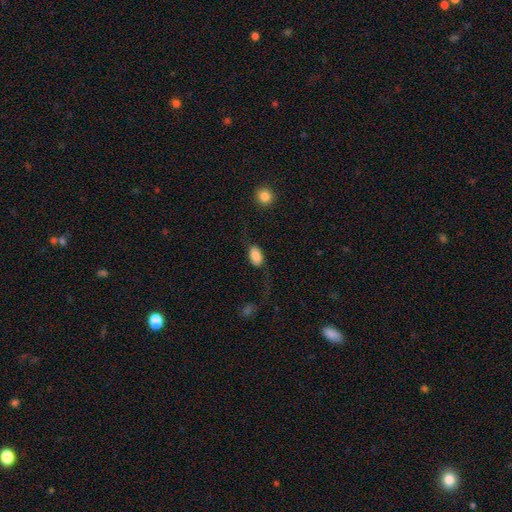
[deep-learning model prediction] This is likely a smooth galaxy (79%). How rounded: clearly in between (92%). Merging: possibly none (55%).